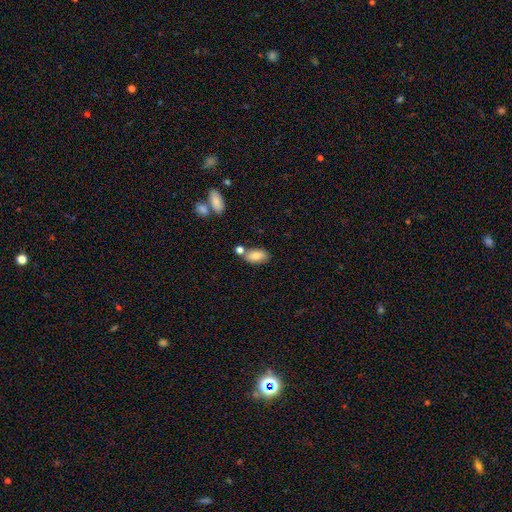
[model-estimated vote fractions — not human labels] Smooth or featured?
  - smooth: 82% *
  - featured or disk: 11%
  - star or artifact: 8%
How rounded?
  - in between: 92% *
  - round: 5%
  - cigar-shaped: 4%
Merging?
  - none: 64% *
  - merger: 18%
  - minor disturbance: 15%
  - major disturbance: 4%